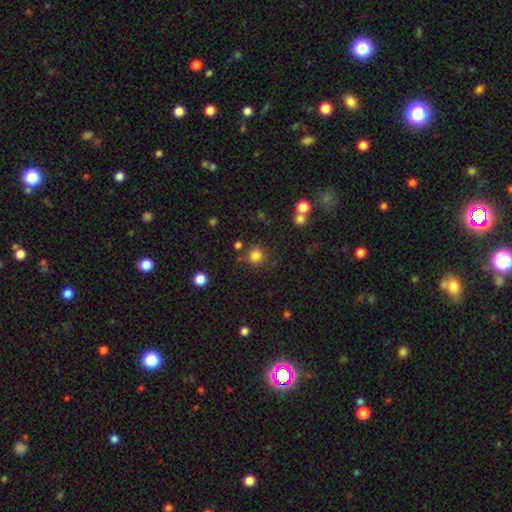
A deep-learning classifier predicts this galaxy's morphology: Q: Smooth or featured?
A: smooth (82%); runner-up: star or artifact (13%)
Q: How rounded?
A: round (92%); runner-up: in between (7%)
Q: Merging?
A: none (83%); runner-up: minor disturbance (8%)